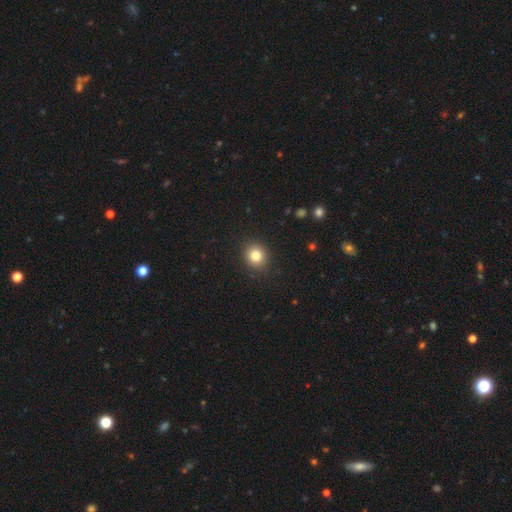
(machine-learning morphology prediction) Smooth or featured? smooth (81%)
How rounded? round (80%)
Merging? none (90%)